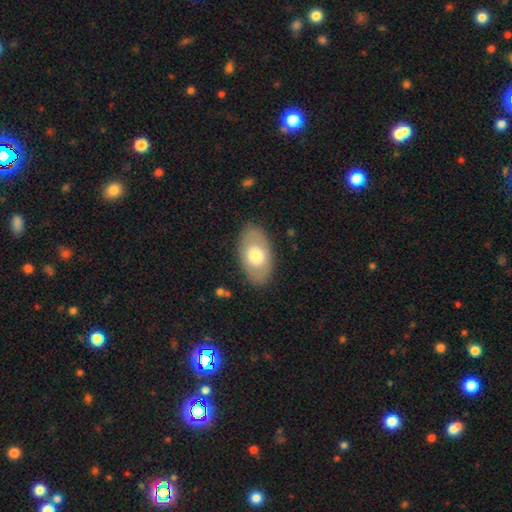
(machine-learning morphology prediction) Smooth or featured? smooth (66%)
How rounded? in between (92%)
Merging? none (83%)